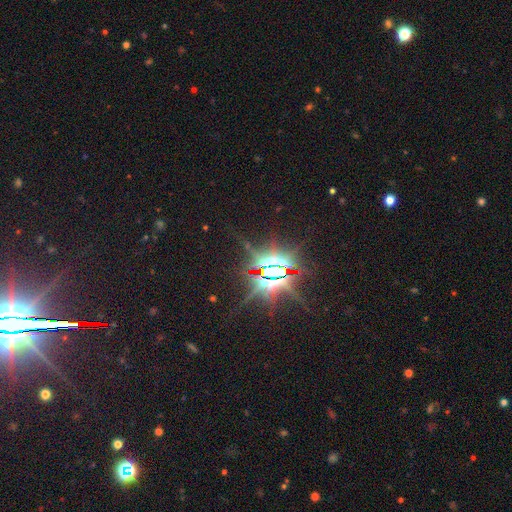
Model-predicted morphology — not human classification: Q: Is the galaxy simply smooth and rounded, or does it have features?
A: star or artifact — 87%.